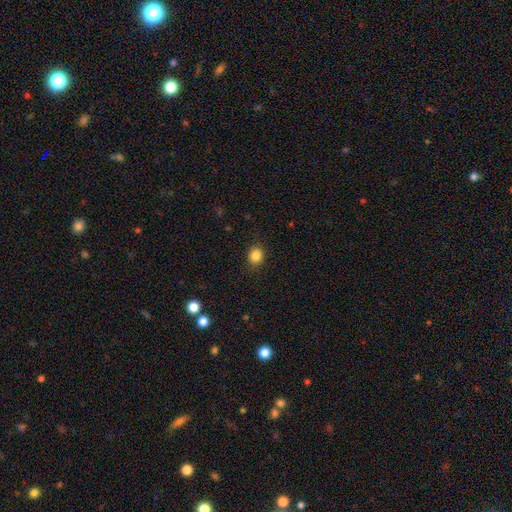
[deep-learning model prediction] Smooth or featured?
  - smooth: 85% *
  - star or artifact: 11%
  - featured or disk: 4%
How rounded?
  - round: 72% *
  - in between: 28%
  - cigar-shaped: 1%
Merging?
  - none: 87% *
  - minor disturbance: 9%
  - major disturbance: 3%
  - merger: 1%